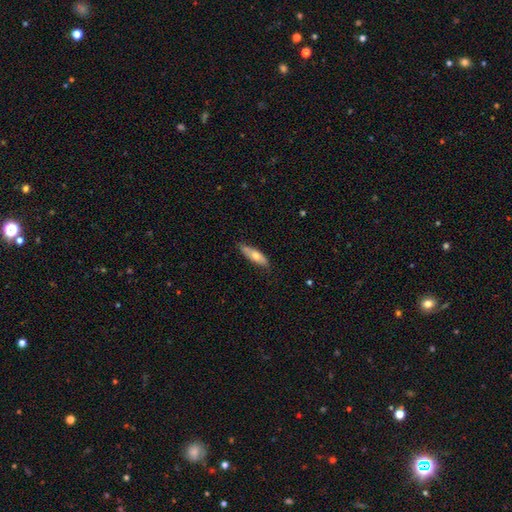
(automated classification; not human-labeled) Smooth or featured?
  - smooth: 63% *
  - featured or disk: 31%
  - star or artifact: 6%
How rounded?
  - cigar-shaped: 52% *
  - in between: 46%
  - round: 2%
Merging?
  - none: 75% *
  - minor disturbance: 20%
  - major disturbance: 3%
  - merger: 2%